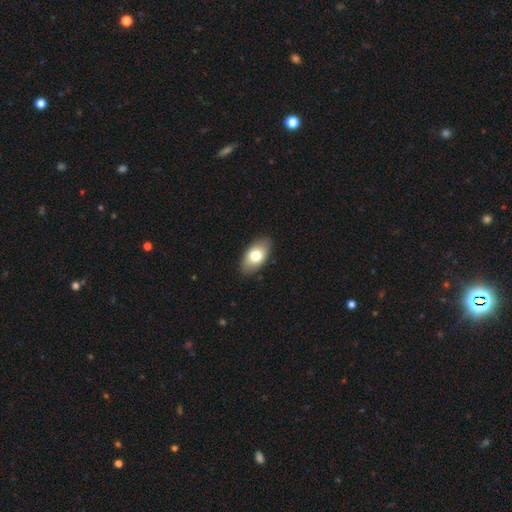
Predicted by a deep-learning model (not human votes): Q: Smooth or featured?
A: smooth (73%); runner-up: featured or disk (20%)
Q: How rounded?
A: in between (93%); runner-up: round (5%)
Q: Merging?
A: none (88%); runner-up: minor disturbance (9%)